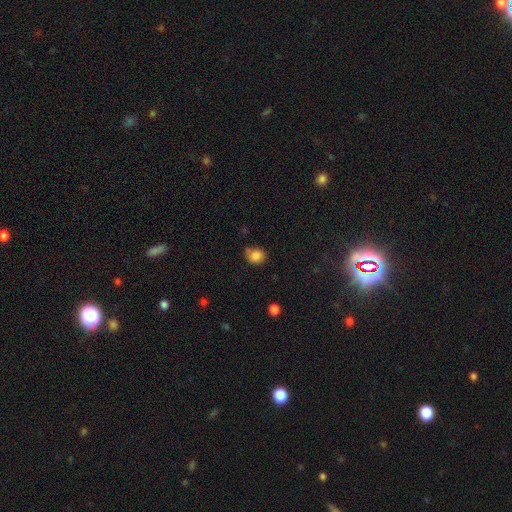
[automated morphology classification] smooth 84%, star or artifact 10%, featured or disk 6%. Down the decision tree: how rounded — round (72%); merging — none (61%).